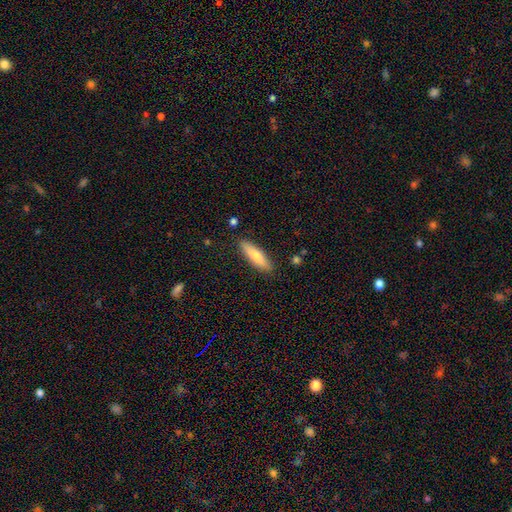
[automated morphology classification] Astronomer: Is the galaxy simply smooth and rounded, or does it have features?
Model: smooth — 73%.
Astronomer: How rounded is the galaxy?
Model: cigar-shaped — 69%.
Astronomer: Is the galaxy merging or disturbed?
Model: none — 88%.